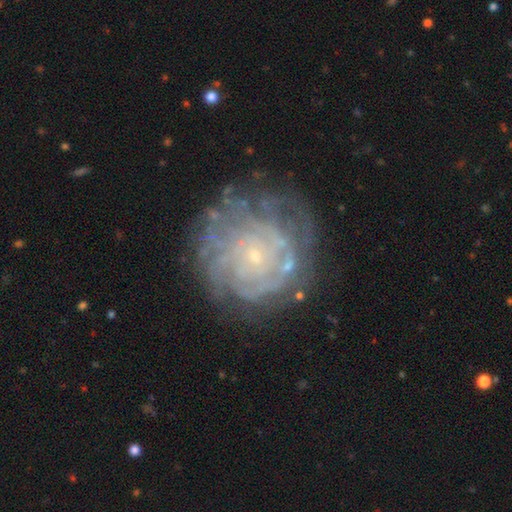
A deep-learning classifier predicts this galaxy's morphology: Smooth or featured: featured or disk — 79% (smooth — 12%)
Edge-on disk: no — 97% (yes — 3%)
Bar: no — 84% (weak — 13%)
Spiral arms: yes — 86% (no — 14%)
Spiral winding: tight — 79% (medium — 16%)
Spiral arm count: can't tell — 48% (4 — 14%)
Bulge size: small — 86% (moderate — 8%)
Merging: none — 70% (minor disturbance — 18%)